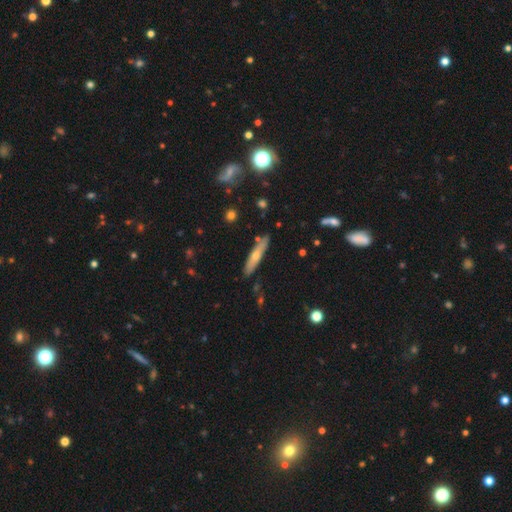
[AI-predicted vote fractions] Smooth or featured? Predicted: smooth (p=0.53). How rounded? Predicted: cigar-shaped (p=0.86). Merging? Predicted: none (p=0.83).